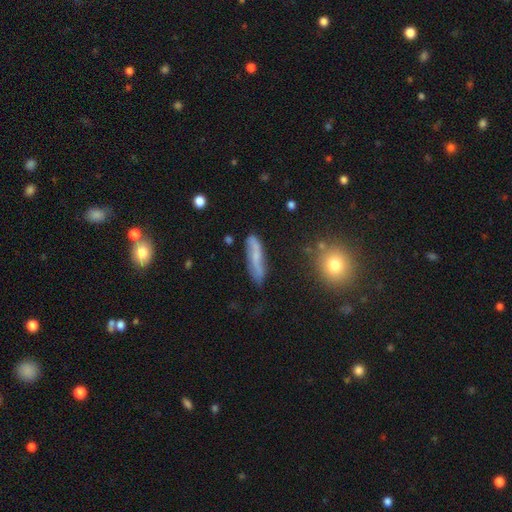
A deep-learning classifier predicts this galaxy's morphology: smooth_or_featured: featured or disk (p=0.50) [alt: smooth p=0.41]
merging: none (p=0.70) [alt: minor disturbance p=0.20]